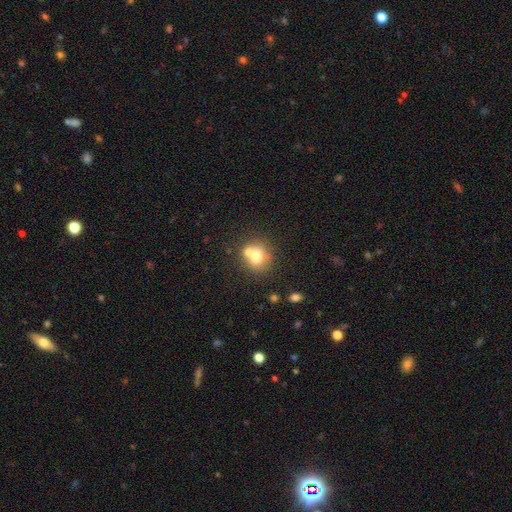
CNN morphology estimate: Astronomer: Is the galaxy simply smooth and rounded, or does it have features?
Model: smooth — 70%.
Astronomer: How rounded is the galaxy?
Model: round — 72%.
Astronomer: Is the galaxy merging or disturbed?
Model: none — 43% (runner-up: merger, 42%).